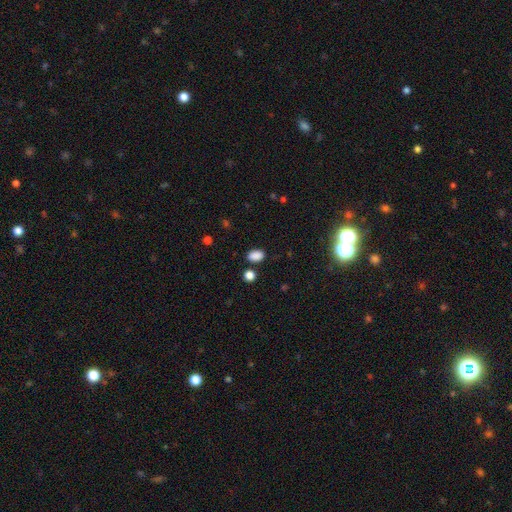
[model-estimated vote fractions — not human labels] Overall: smooth (86%). How rounded: in between (84%). Merging: none (81%).